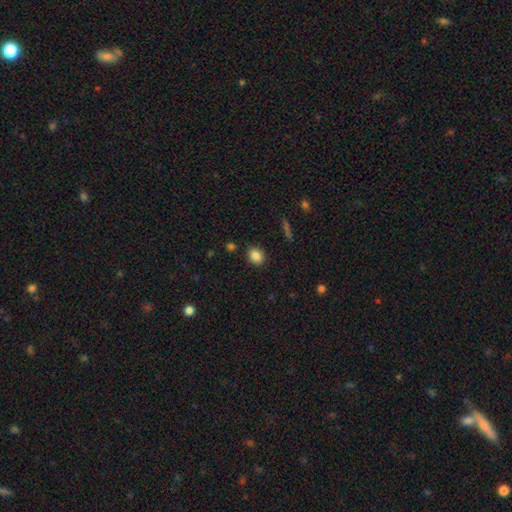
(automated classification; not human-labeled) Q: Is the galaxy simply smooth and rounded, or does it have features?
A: smooth — 85%.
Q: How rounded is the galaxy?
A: in between — 51%.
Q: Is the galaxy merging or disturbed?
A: none — 86%.